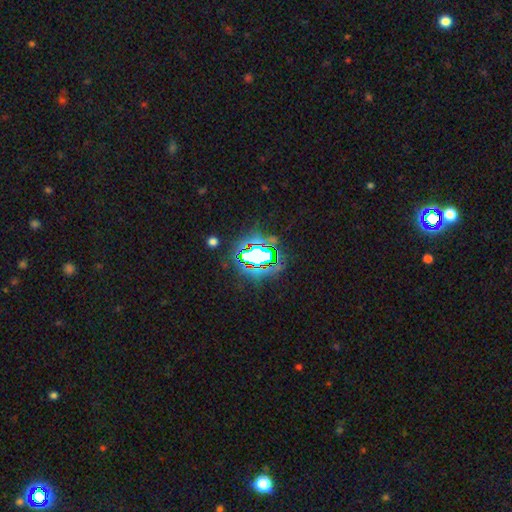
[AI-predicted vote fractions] star or artifact 64%, smooth 19%, featured or disk 16%.